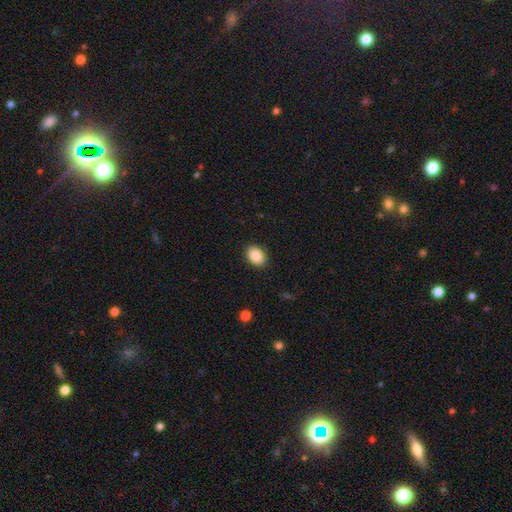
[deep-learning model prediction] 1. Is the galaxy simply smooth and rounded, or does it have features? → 88% smooth, 8% star or artifact, 4% featured or disk.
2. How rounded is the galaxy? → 73% in between, 26% round, 1% cigar-shaped.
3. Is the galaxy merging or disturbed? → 90% none, 7% minor disturbance, 2% major disturbance, 1% merger.